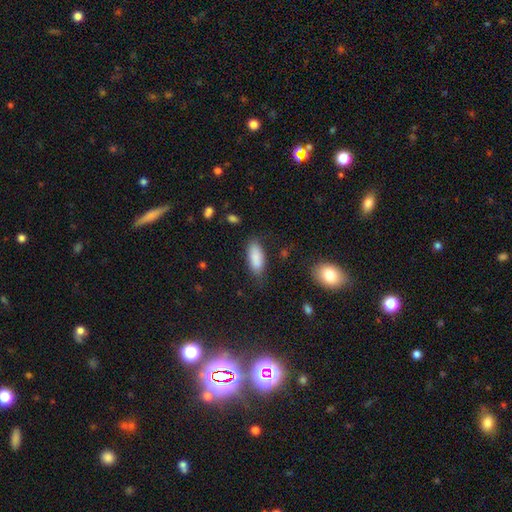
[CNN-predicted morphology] A smooth galaxy with no disk features (86%) that is in between round and cigar-shaped (82%). Merging: none (74%).